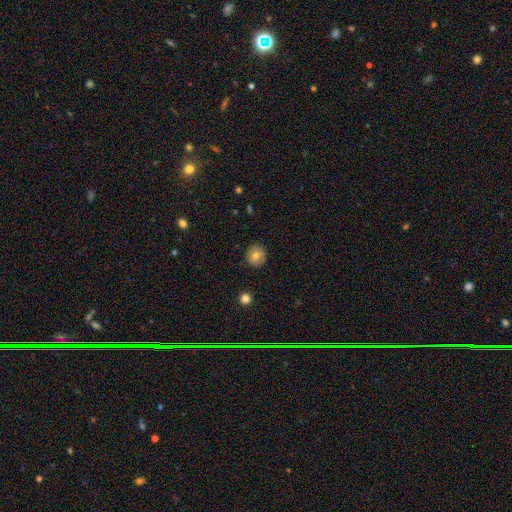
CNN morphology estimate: A smooth galaxy with no disk features (72%) that is round (88%).

Vote fractions:
- Smooth or featured? smooth: 72% / featured or disk: 19% / star or artifact: 9%
- How rounded? round: 88% / in between: 11% / cigar-shaped: 1%
- Merging? none: 87% / minor disturbance: 10% / major disturbance: 2% / merger: 1%